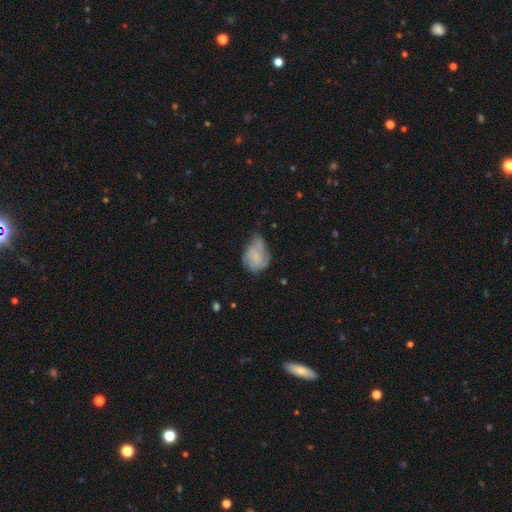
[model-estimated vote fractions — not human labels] Smooth or featured? smooth (48%)
Merging? minor disturbance (37%)